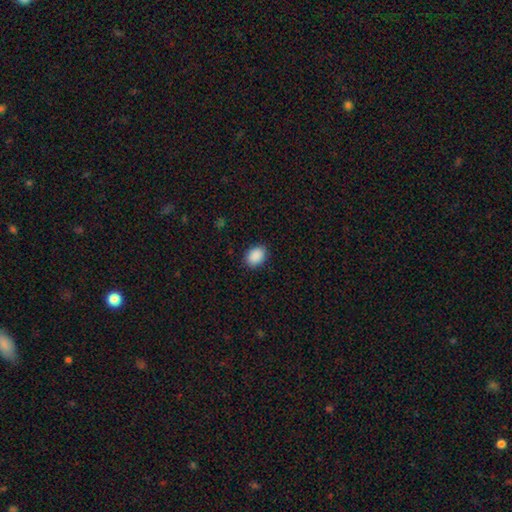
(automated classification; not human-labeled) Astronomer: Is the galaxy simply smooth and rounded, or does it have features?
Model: smooth — 90%.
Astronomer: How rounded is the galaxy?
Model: in between — 72%.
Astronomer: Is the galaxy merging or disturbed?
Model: none — 87%.